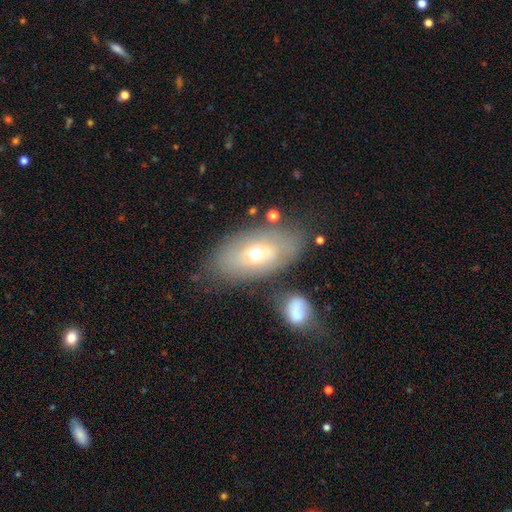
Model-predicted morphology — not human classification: Smooth or featured? Predicted: smooth (p=0.57). How rounded? Predicted: in between (p=0.89). Merging? Predicted: none (p=0.70).